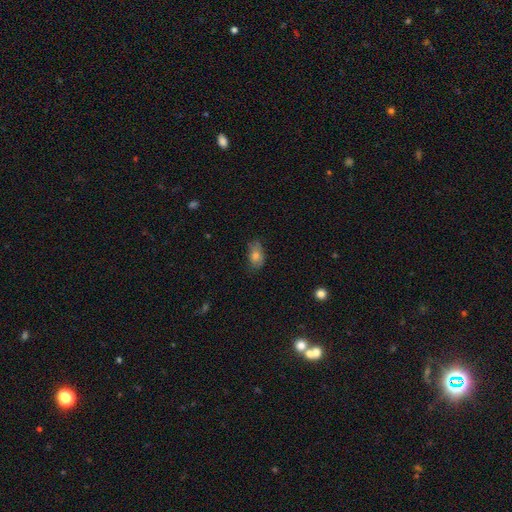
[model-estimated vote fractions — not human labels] Q: Smooth or featured?
A: smooth (72%); runner-up: featured or disk (16%)
Q: How rounded?
A: in between (84%); runner-up: round (13%)
Q: Merging?
A: none (70%); runner-up: minor disturbance (23%)